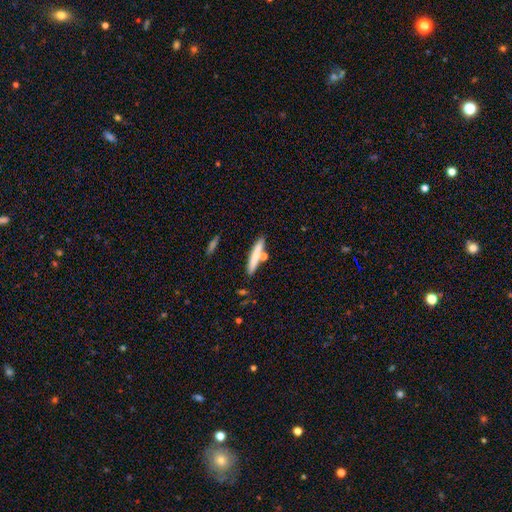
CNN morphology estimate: Q: Smooth or featured?
A: smooth (71%); runner-up: featured or disk (22%)
Q: How rounded?
A: cigar-shaped (88%); runner-up: in between (9%)
Q: Merging?
A: none (75%); runner-up: merger (12%)